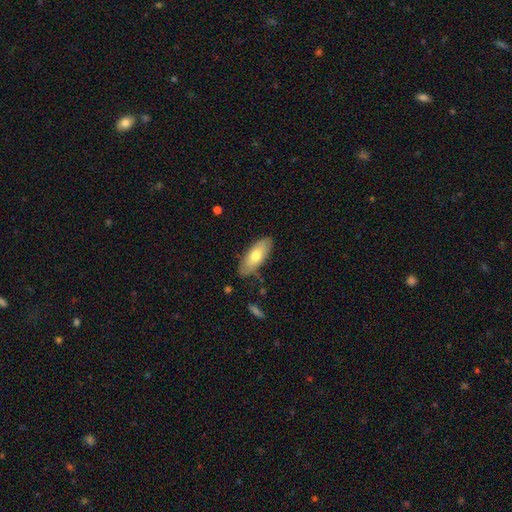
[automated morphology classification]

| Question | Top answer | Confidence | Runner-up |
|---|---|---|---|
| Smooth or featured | smooth | 66% | featured or disk (28%) |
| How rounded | in between | 79% | cigar-shaped (19%) |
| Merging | none | 80% | minor disturbance (15%) |